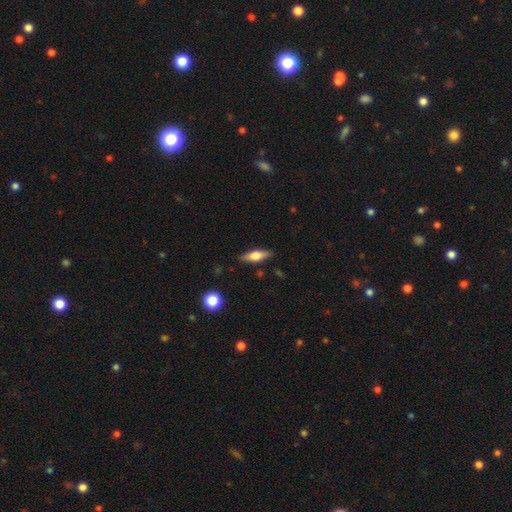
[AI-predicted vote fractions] Smooth or featured: smooth — 57% (featured or disk — 36%)
How rounded: in between — 57% (cigar-shaped — 40%)
Merging: none — 85% (minor disturbance — 11%)